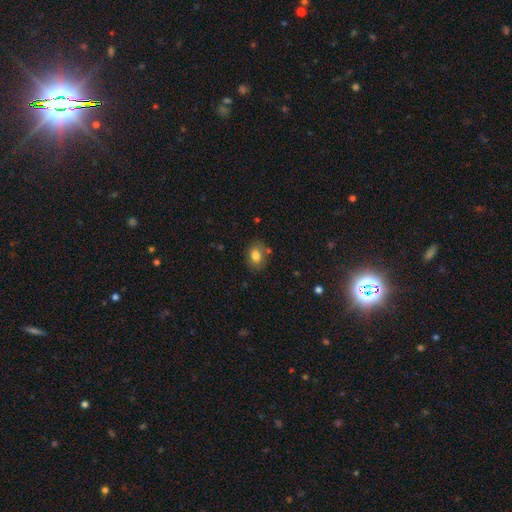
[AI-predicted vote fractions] Q: Smooth or featured?
A: smooth (79%); runner-up: featured or disk (11%)
Q: How rounded?
A: in between (67%); runner-up: round (32%)
Q: Merging?
A: none (76%); runner-up: minor disturbance (16%)